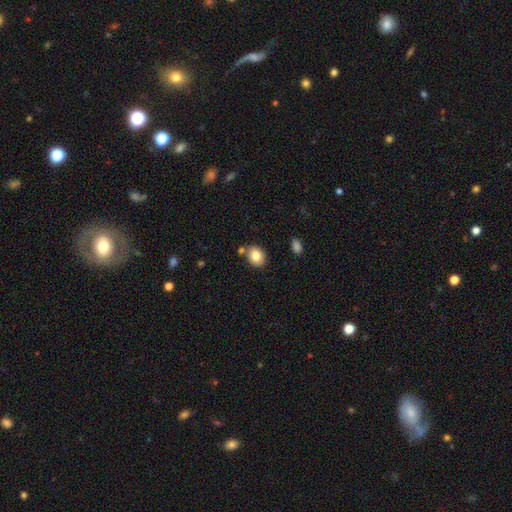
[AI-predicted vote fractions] Smooth or featured? smooth (84%)
How rounded? in between (57%)
Merging? none (75%)